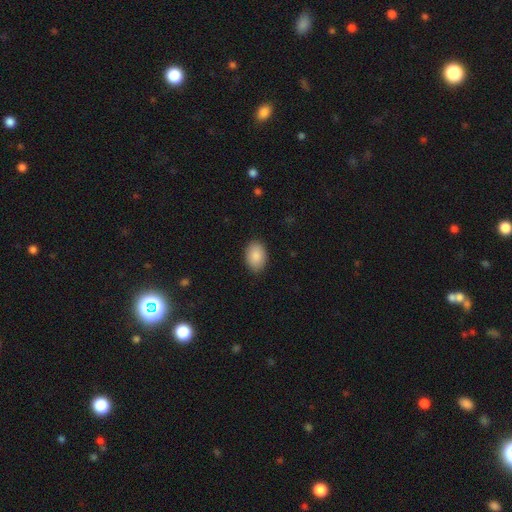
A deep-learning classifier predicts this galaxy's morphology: Smooth or featured? smooth (89%)
How rounded? in between (85%)
Merging? none (88%)